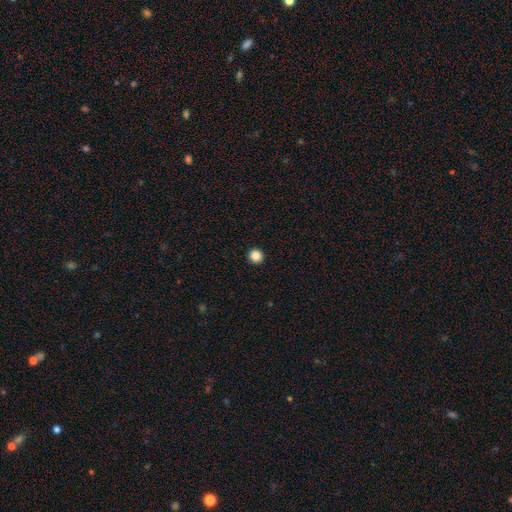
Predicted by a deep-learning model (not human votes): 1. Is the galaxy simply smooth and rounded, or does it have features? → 87% smooth, 10% star or artifact, 3% featured or disk.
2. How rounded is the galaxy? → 95% round, 4% in between, 1% cigar-shaped.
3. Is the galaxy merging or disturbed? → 94% none, 4% minor disturbance, 1% major disturbance, 1% merger.